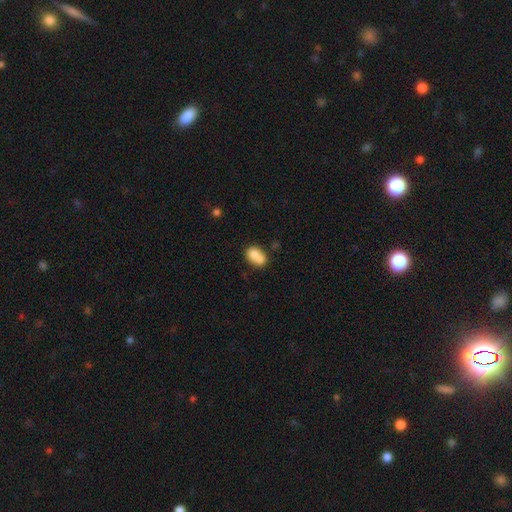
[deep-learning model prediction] smooth_or_featured: smooth (p=0.74) [alt: featured or disk p=0.17]
how_rounded: in between (p=0.65) [alt: round p=0.34]
merging: merger (p=0.56) [alt: none p=0.28]